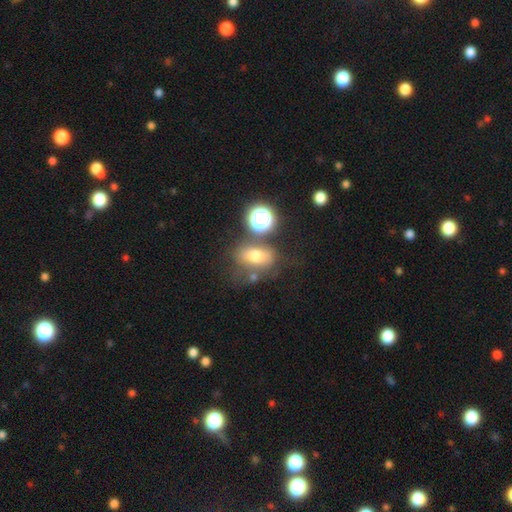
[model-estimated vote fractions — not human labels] A smooth galaxy with no disk features (66%) that is in between round and cigar-shaped (66%).

Vote fractions:
- Smooth or featured? smooth: 66% / featured or disk: 18% / star or artifact: 16%
- How rounded? in between: 66% / round: 32% / cigar-shaped: 2%
- Merging? none: 58% / minor disturbance: 17% / merger: 16% / major disturbance: 9%